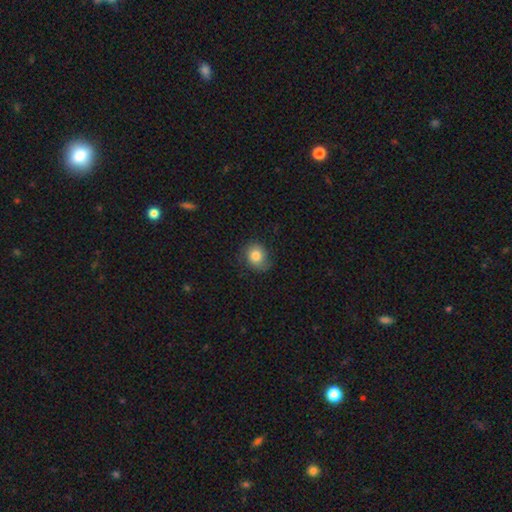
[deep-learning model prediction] A smooth galaxy with no disk features (82%) that is round (72%).

Vote fractions:
- Smooth or featured? smooth: 82% / featured or disk: 9% / star or artifact: 9%
- How rounded? round: 72% / in between: 27% / cigar-shaped: 1%
- Merging? none: 72% / minor disturbance: 21% / major disturbance: 6% / merger: 1%